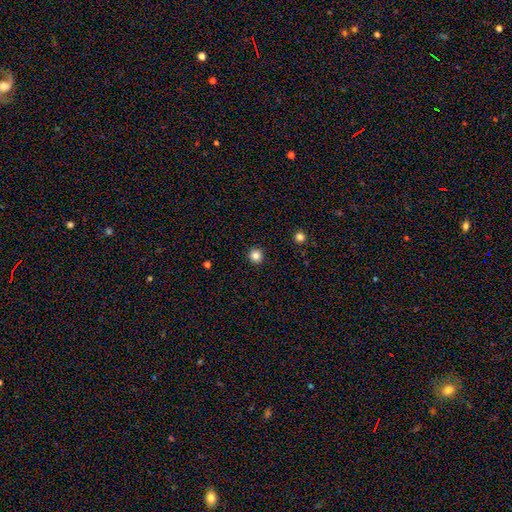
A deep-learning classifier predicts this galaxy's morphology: Smooth or featured?
  - smooth: 83% *
  - star or artifact: 12%
  - featured or disk: 4%
How rounded?
  - round: 96% *
  - in between: 3%
  - cigar-shaped: 1%
Merging?
  - none: 93% *
  - minor disturbance: 4%
  - major disturbance: 1%
  - merger: 1%